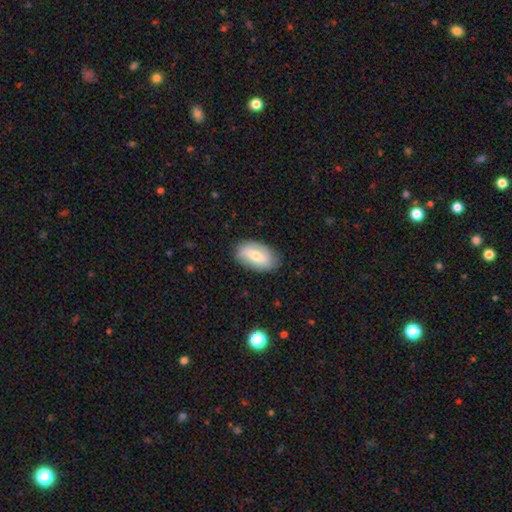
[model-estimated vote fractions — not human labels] A smooth galaxy with no disk features (51%) that is in between round and cigar-shaped (91%).

Vote fractions:
- Smooth or featured? smooth: 51% / featured or disk: 43% / star or artifact: 7%
- How rounded? in between: 91% / round: 6% / cigar-shaped: 3%
- Merging? none: 84% / minor disturbance: 12% / major disturbance: 3% / merger: 1%